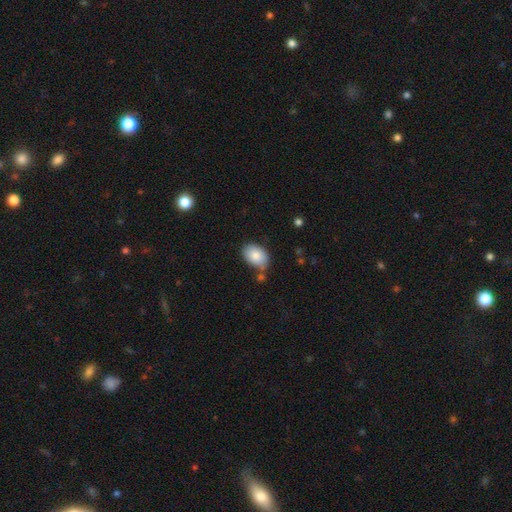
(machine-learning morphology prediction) type=smooth (82%); roundness=in between (85%); merging=none (68%).